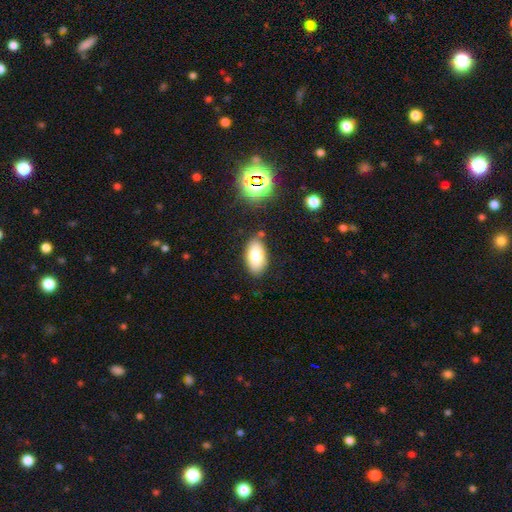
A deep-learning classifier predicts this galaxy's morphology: Smooth or featured? Predicted: smooth (p=0.79). How rounded? Predicted: in between (p=0.94). Merging? Predicted: none (p=0.81).